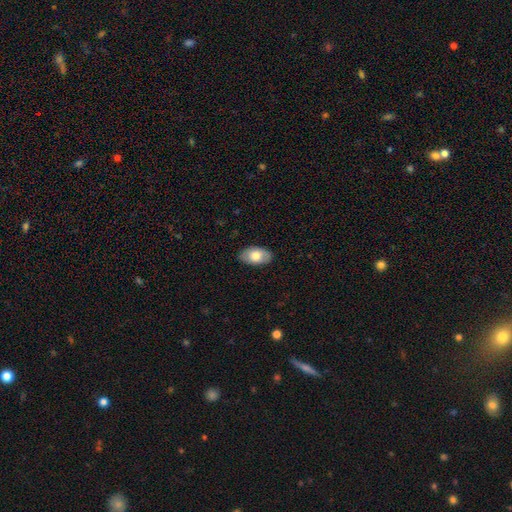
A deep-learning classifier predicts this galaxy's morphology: This is likely a smooth galaxy (75%). How rounded: clearly in between (94%). Merging: clearly none (86%).